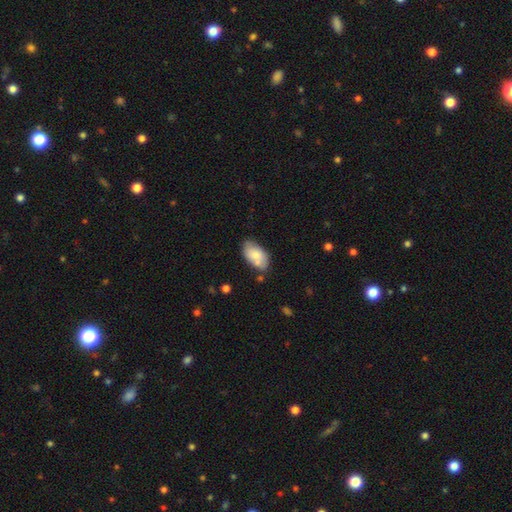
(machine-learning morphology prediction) A smooth galaxy with no disk features (71%) that is in between round and cigar-shaped (94%). Merging: none (62%).